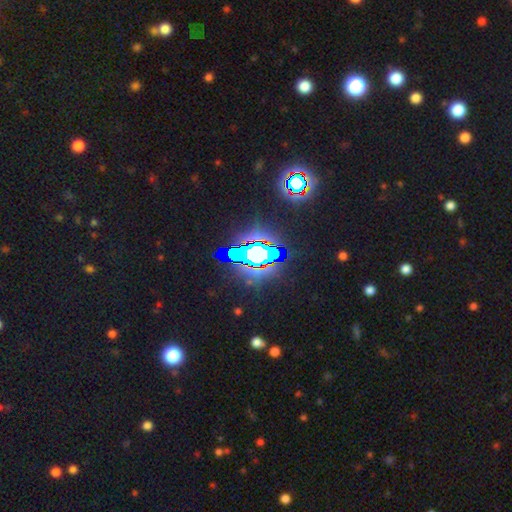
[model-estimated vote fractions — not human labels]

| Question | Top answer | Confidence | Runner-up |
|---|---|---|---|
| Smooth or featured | star or artifact | 82% | smooth (10%) |